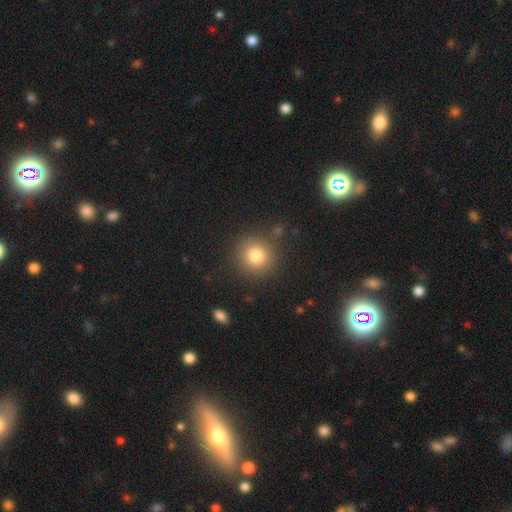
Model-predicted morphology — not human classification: Smooth or featured? smooth (80%)
How rounded? round (91%)
Merging? none (86%)